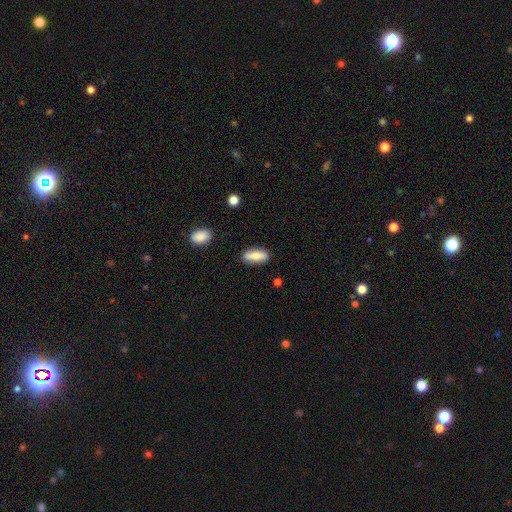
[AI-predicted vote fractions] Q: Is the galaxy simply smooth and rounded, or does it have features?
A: smooth — 78%.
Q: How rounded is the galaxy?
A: in between — 64%.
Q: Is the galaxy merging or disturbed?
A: none — 86%.